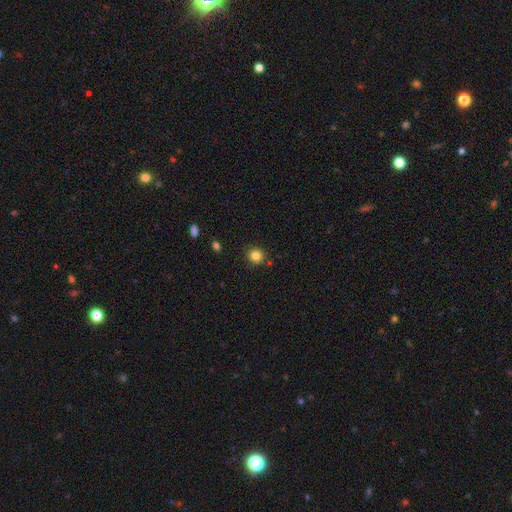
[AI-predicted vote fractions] smooth 83%, star or artifact 11%, featured or disk 5%. Down the decision tree: how rounded — round (86%); merging — none (87%).